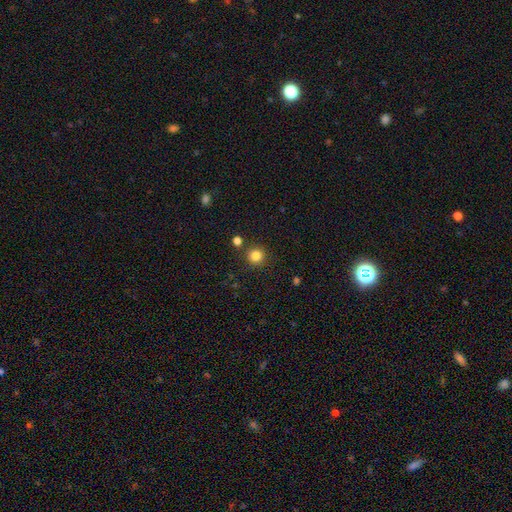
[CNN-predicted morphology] This appears to be a smooth galaxy with no disk features (83%) that is round (94%). Merging: none (86%).